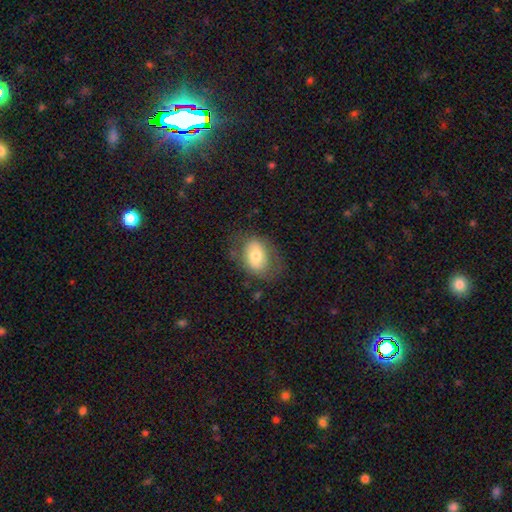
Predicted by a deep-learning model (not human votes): Smooth or featured: smooth — 65% (featured or disk — 28%)
How rounded: in between — 78% (round — 21%)
Merging: none — 65% (minor disturbance — 21%)